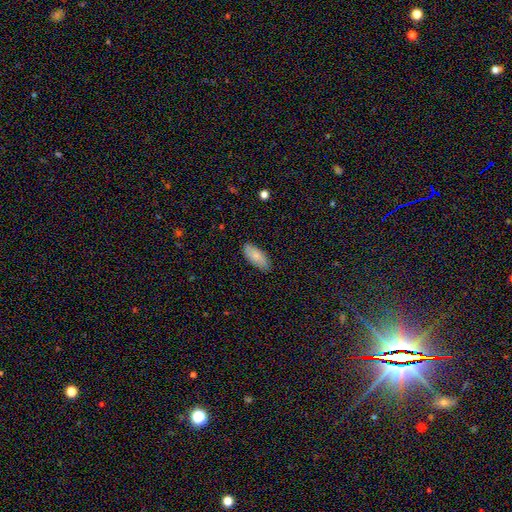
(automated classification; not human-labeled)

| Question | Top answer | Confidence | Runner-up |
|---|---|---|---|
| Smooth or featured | smooth | 81% | featured or disk (13%) |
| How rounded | in between | 86% | cigar-shaped (12%) |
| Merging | none | 85% | minor disturbance (12%) |